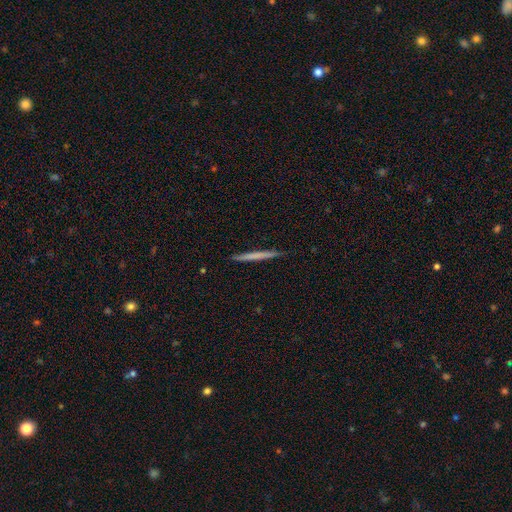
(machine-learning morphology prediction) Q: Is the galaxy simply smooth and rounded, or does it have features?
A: smooth — 61%.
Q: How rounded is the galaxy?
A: cigar-shaped — 97%.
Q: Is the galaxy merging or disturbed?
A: none — 91%.